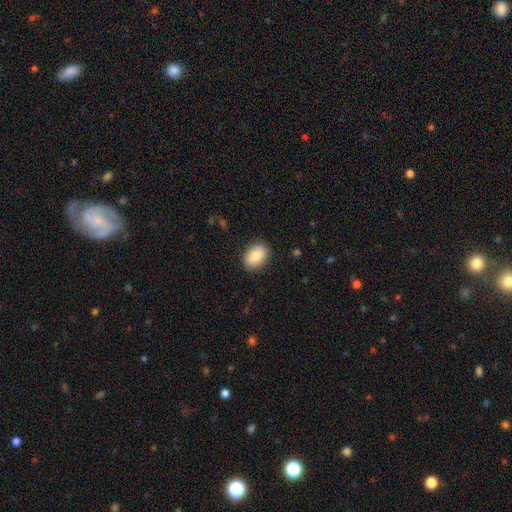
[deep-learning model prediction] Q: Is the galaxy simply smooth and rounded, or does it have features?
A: smooth — 85%.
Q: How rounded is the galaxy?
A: in between — 80%.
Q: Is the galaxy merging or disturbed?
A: none — 87%.